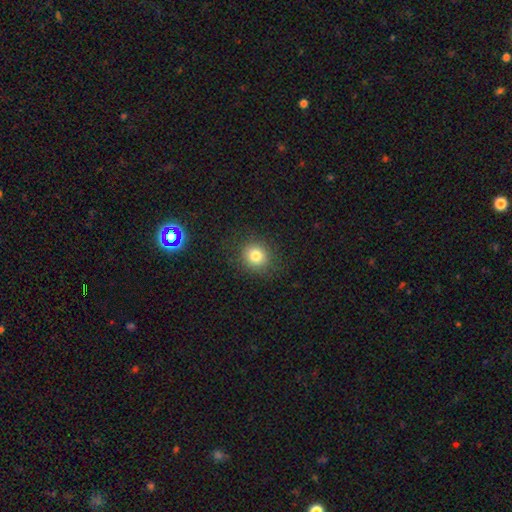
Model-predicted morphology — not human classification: type=smooth (81%); roundness=round (85%); merging=none (87%).